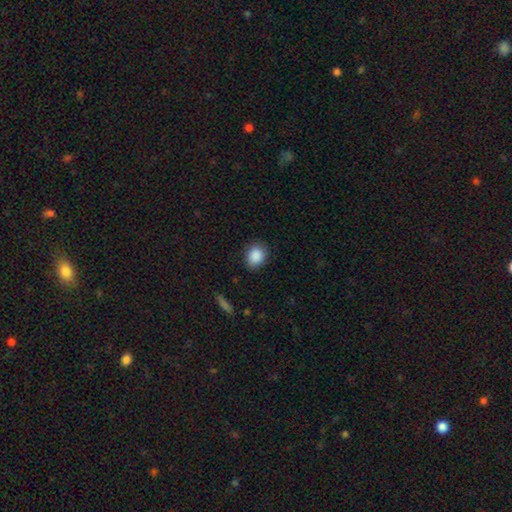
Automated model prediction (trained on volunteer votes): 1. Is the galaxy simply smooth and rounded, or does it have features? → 89% smooth, 8% star or artifact, 3% featured or disk.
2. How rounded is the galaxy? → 54% round, 45% in between, 1% cigar-shaped.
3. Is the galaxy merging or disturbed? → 85% none, 11% minor disturbance, 3% major disturbance, 1% merger.